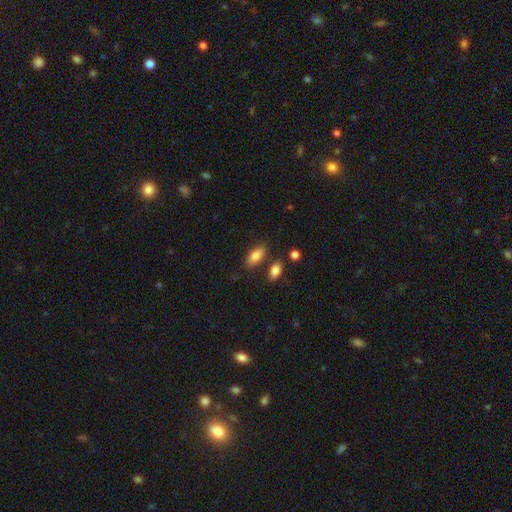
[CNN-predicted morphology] type=smooth (83%); roundness=in between (85%); merging=none (76%).